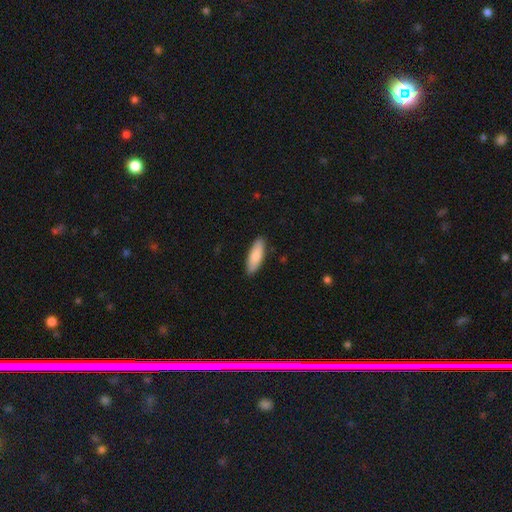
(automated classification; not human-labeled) Smooth or featured?
  - smooth: 85% *
  - featured or disk: 10%
  - star or artifact: 5%
How rounded?
  - in between: 58% *
  - cigar-shaped: 41%
  - round: 2%
Merging?
  - none: 89% *
  - minor disturbance: 8%
  - major disturbance: 2%
  - merger: 1%